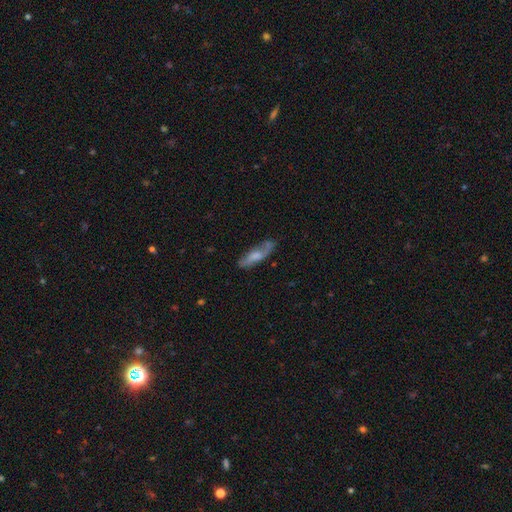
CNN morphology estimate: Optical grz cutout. It shows a smooth galaxy with no disk features (50%) that is cigar-shaped (54%). Merging: none (70%).